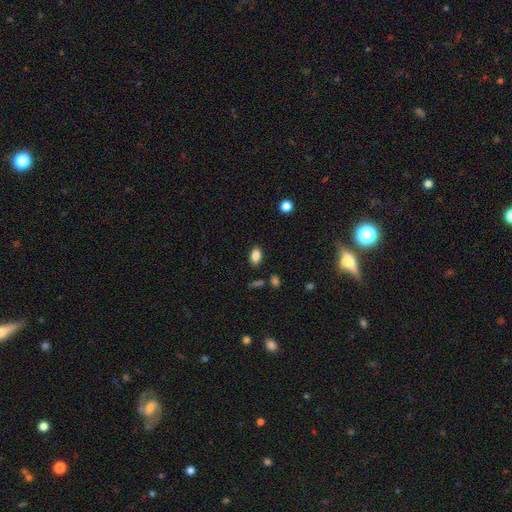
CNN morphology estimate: Overall: smooth (85%). How rounded: in between (87%). Merging: none (85%).